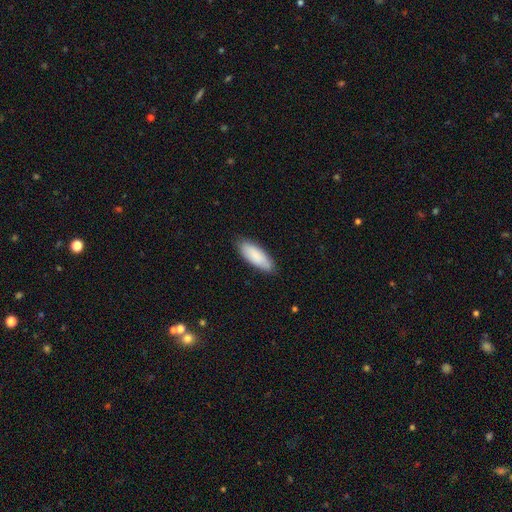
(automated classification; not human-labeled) The model was most divided on "how rounded": in between: 69%, cigar-shaped: 30%, round: 1%. More confident: smooth or featured — smooth (86%); merging — none (83%).